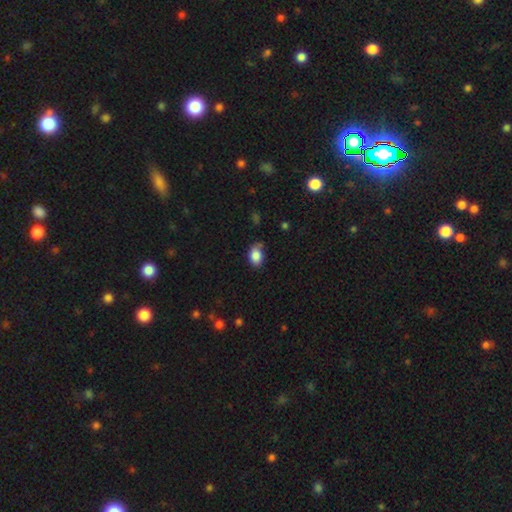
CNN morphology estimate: Smooth or featured? smooth (85%)
How rounded? in between (77%)
Merging? none (64%)